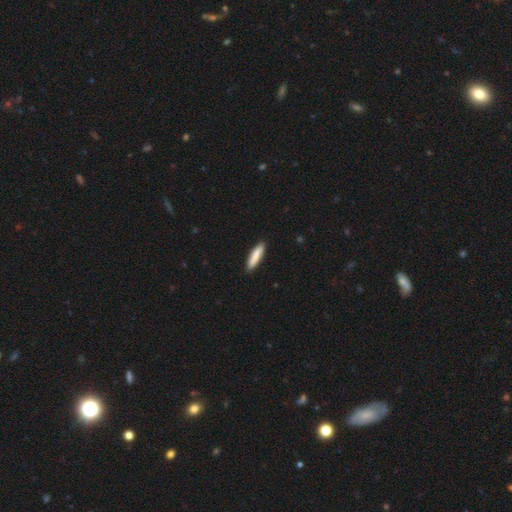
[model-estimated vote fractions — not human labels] Q: Smooth or featured?
A: smooth (85%); runner-up: featured or disk (10%)
Q: How rounded?
A: cigar-shaped (81%); runner-up: in between (18%)
Q: Merging?
A: none (89%); runner-up: minor disturbance (8%)